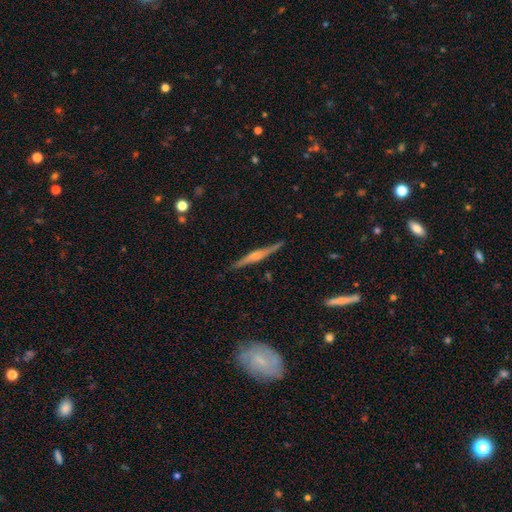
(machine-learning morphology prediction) Q: Smooth or featured?
A: featured or disk (72%); runner-up: smooth (21%)
Q: Edge-on disk?
A: yes (97%); runner-up: no (3%)
Q: Edge-on bulge?
A: rounded (63%); runner-up: boxy (22%)
Q: Merging?
A: none (88%); runner-up: minor disturbance (9%)